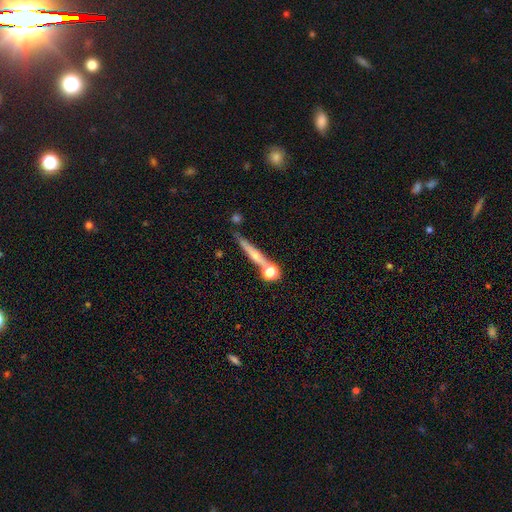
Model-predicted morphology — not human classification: Overall: featured or disk (46%; smooth 44%). Merging: none (67%).